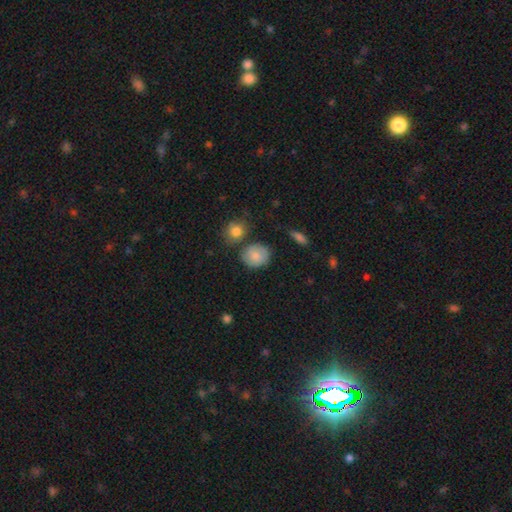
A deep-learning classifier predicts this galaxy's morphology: The model was most divided on "how rounded": round: 72%, in between: 26%, cigar-shaped: 1%. More confident: smooth or featured — smooth (79%); merging — none (71%).